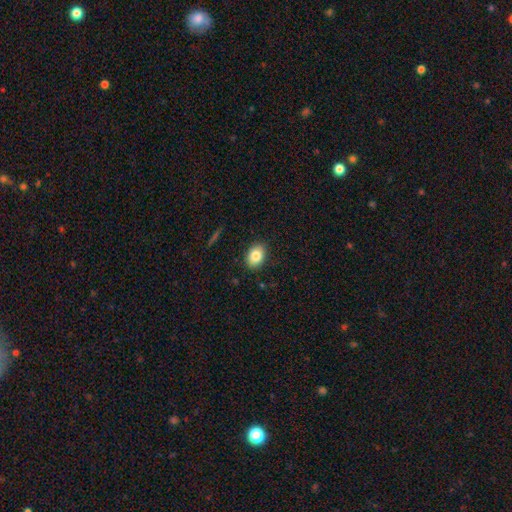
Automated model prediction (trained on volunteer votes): A smooth galaxy with no disk features (84%) that is in between round and cigar-shaped (79%). Merging: none (86%).